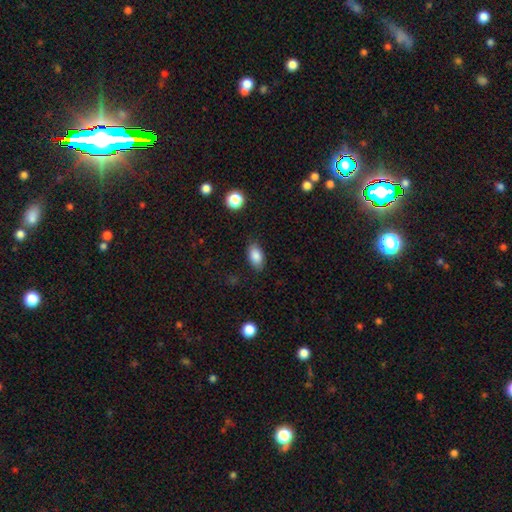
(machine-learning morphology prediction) Smooth or featured? Predicted: smooth (p=0.86). How rounded? Predicted: in between (p=0.91). Merging? Predicted: none (p=0.84).